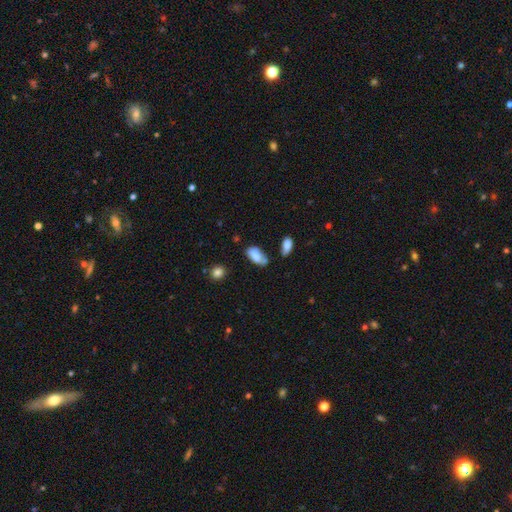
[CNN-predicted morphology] A smooth galaxy with no disk features (78%) that is in between round and cigar-shaped (91%).

Vote fractions:
- Smooth or featured? smooth: 78% / featured or disk: 13% / star or artifact: 9%
- How rounded? in between: 91% / cigar-shaped: 6% / round: 3%
- Merging? none: 46% / minor disturbance: 28% / merger: 17% / major disturbance: 9%